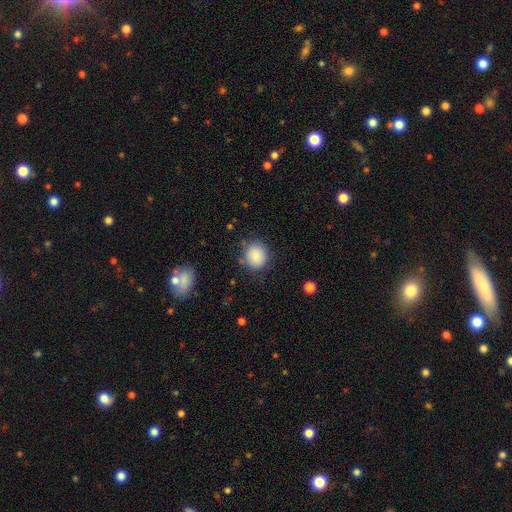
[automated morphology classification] smooth-or-featured: smooth: 87% | star or artifact: 8% | featured or disk: 5%
  how-rounded: round: 77% | in between: 22% | cigar-shaped: 1%
  merging: none: 79% | minor disturbance: 14% | major disturbance: 5% | merger: 3%